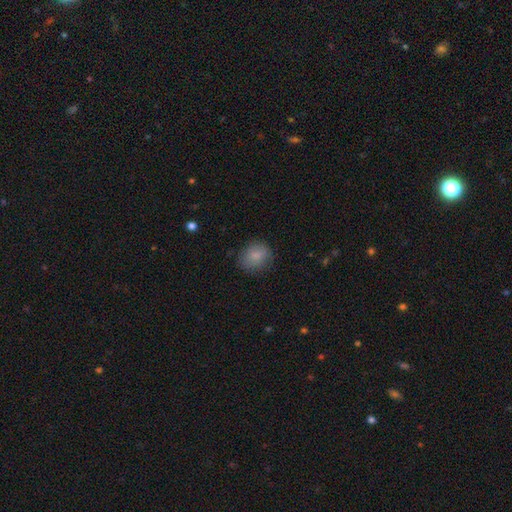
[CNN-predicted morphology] Smooth or featured? Predicted: smooth (p=0.84). How rounded? Predicted: round (p=0.63). Merging? Predicted: none (p=0.79).